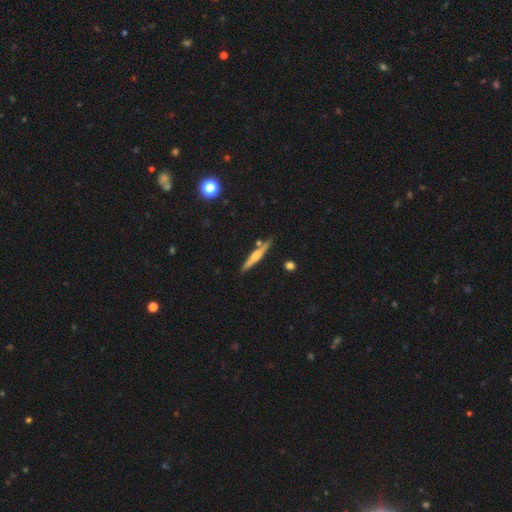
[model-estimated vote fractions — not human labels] smooth-or-featured: featured or disk: 58% | smooth: 35% | star or artifact: 6%
  disk-edge-on: yes: 97% | no: 3%
    edge-on-bulge: rounded: 81% | none: 11% | boxy: 8%
  merging: none: 83% | minor disturbance: 10% | merger: 5% | major disturbance: 2%